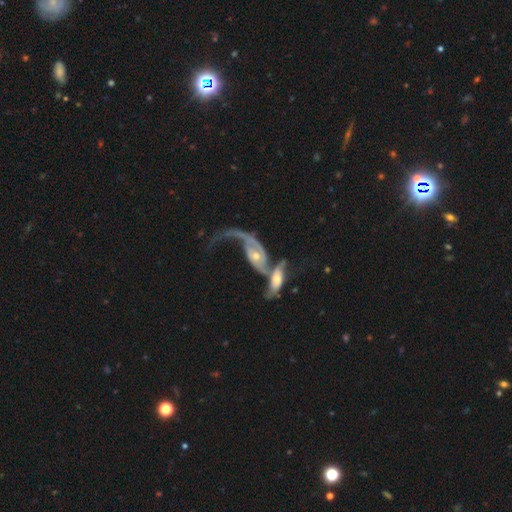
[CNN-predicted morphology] The model was most divided on "bulge size": moderate: 47%, small: 44%, large: 4%, none: 3%, dominant: 1%. Remaining: edge-on disk — no (91%); spiral arms — yes (88%); smooth or featured — featured or disk (81%); merging — merger (70%); spiral winding — loose (67%); bar — no (60%); spiral arm count — 2 (45%).